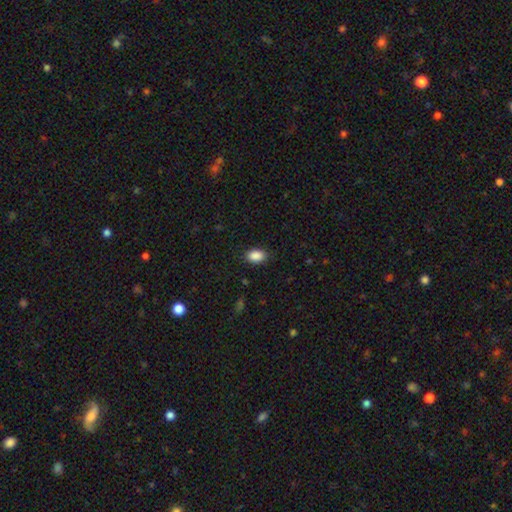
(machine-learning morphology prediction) Overall: smooth (89%). How rounded: in between (88%). Merging: none (86%).